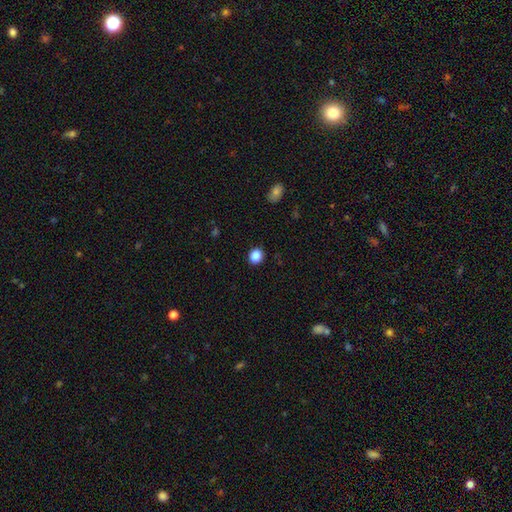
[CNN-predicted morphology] type=smooth (88%); roundness=round (69%); merging=none (90%).